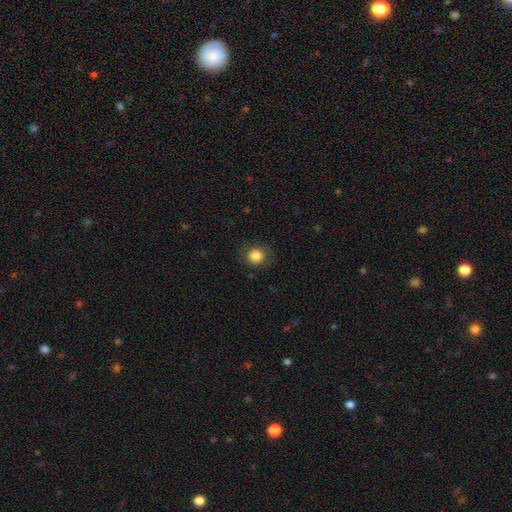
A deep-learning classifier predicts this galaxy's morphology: Overall: smooth (85%). How rounded: round (88%). Merging: none (85%).